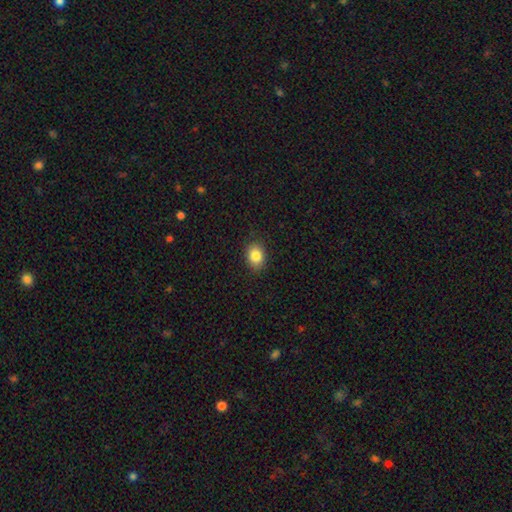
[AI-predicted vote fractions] The model was most divided on "how rounded": in between: 68%, round: 31%, cigar-shaped: 1%. More confident: merging — none (88%); smooth or featured — smooth (84%).